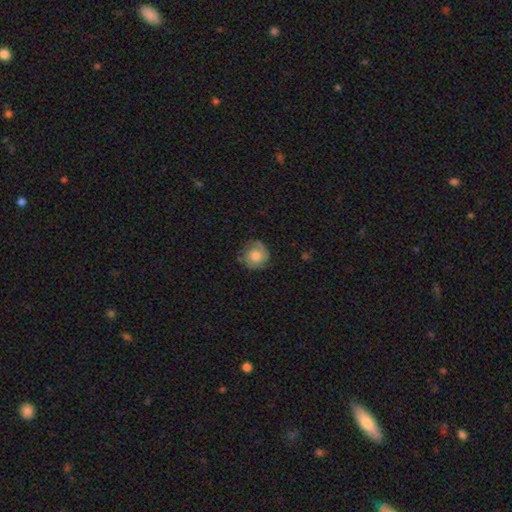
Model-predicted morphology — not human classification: A smooth galaxy with no disk features (54%) that is round (88%). Merging: none (70%).